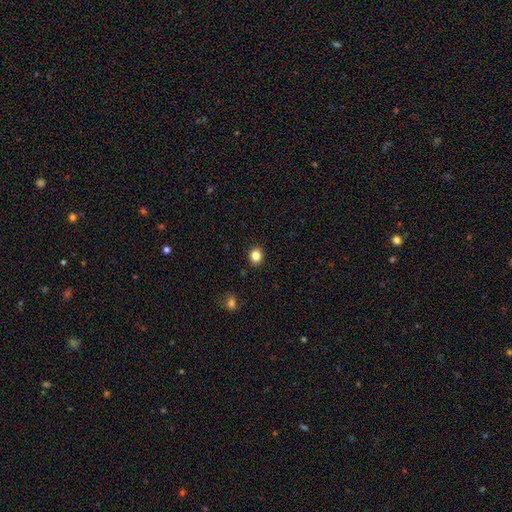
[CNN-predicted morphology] Smooth or featured? Predicted: smooth (p=0.84). How rounded? Predicted: round (p=0.72). Merging? Predicted: none (p=0.90).